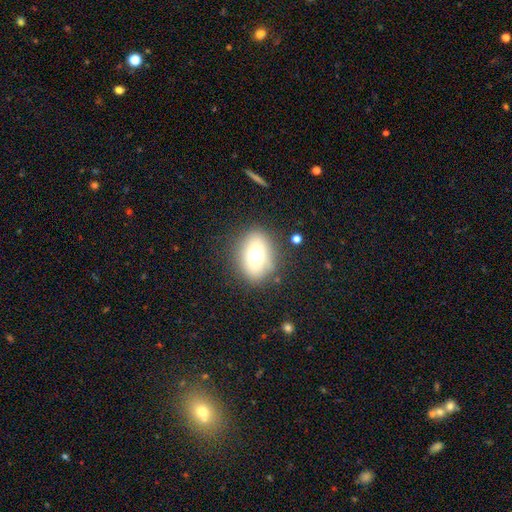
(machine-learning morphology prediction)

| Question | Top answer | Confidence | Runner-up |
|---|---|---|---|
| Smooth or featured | smooth | 68% | featured or disk (19%) |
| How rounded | in between | 56% | round (43%) |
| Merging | none | 82% | minor disturbance (11%) |